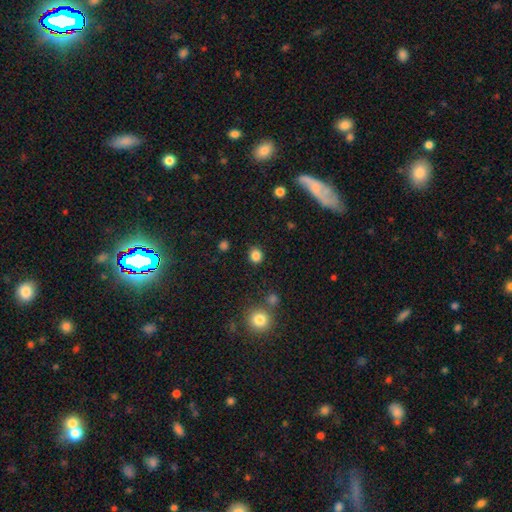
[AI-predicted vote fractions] smooth 84%, star or artifact 12%, featured or disk 4%. Down the decision tree: how rounded — round (85%); merging — none (88%).